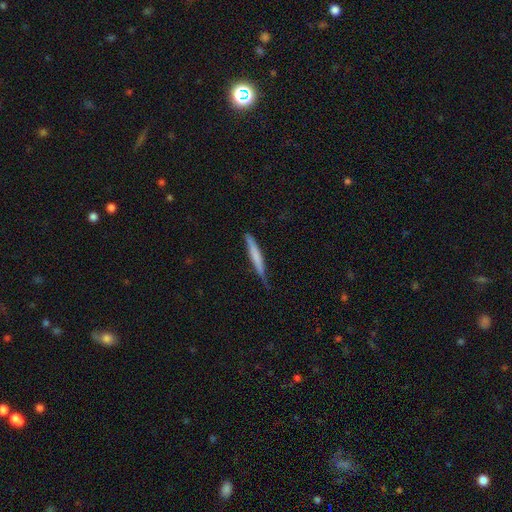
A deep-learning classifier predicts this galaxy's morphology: smooth_or_featured: smooth (p=0.61) [alt: featured or disk p=0.33]
how_rounded: cigar-shaped (p=0.96) [alt: in between p=0.03]
merging: none (p=0.70) [alt: minor disturbance p=0.24]